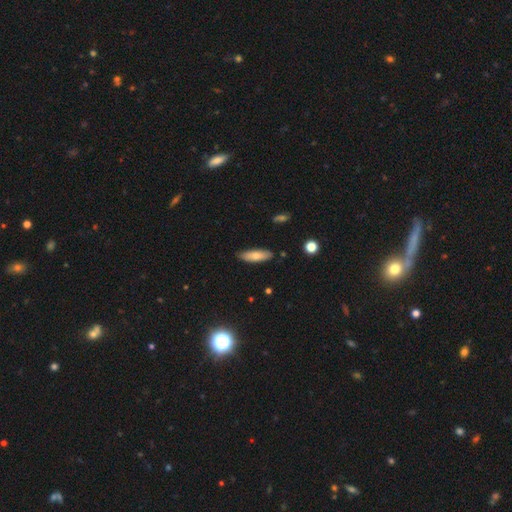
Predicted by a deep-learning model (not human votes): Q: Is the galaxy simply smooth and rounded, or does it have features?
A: smooth — 71%.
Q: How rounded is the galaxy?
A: in between — 52%.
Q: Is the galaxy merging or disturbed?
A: none — 85%.